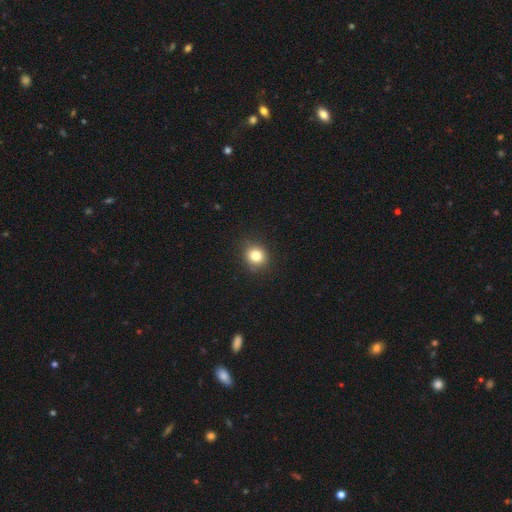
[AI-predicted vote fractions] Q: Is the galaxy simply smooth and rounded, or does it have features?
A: smooth — 81%.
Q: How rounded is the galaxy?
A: round — 85%.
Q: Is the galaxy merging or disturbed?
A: none — 88%.